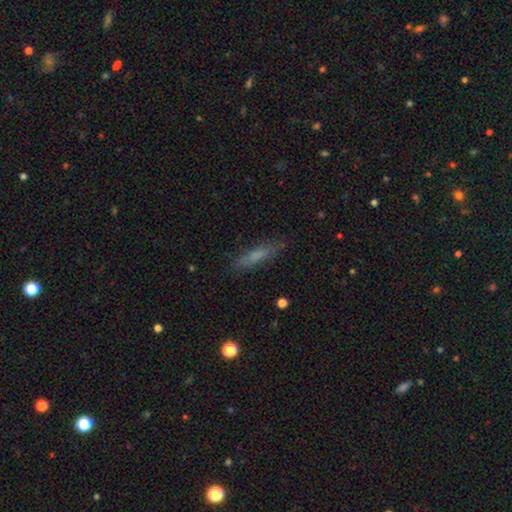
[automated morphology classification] A smooth galaxy with no disk features (70%) that is cigar-shaped (78%). Merging: none (82%).